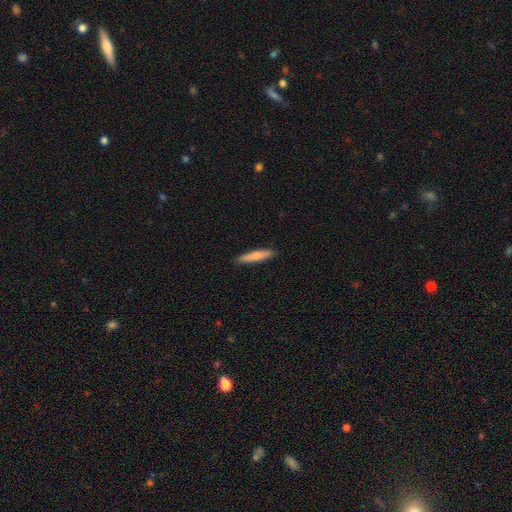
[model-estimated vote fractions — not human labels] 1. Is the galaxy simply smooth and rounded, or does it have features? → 77% smooth, 17% featured or disk, 5% star or artifact.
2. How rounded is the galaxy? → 88% cigar-shaped, 11% in between, 1% round.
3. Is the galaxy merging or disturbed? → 89% none, 8% minor disturbance, 2% major disturbance, 1% merger.